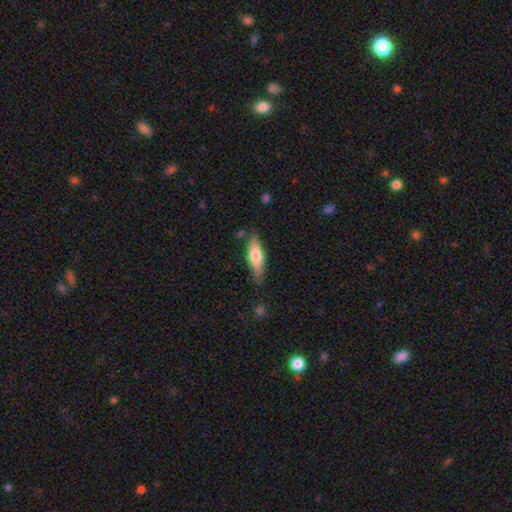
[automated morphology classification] Smooth or featured? smooth (63%)
How rounded? cigar-shaped (51%)
Merging? none (78%)